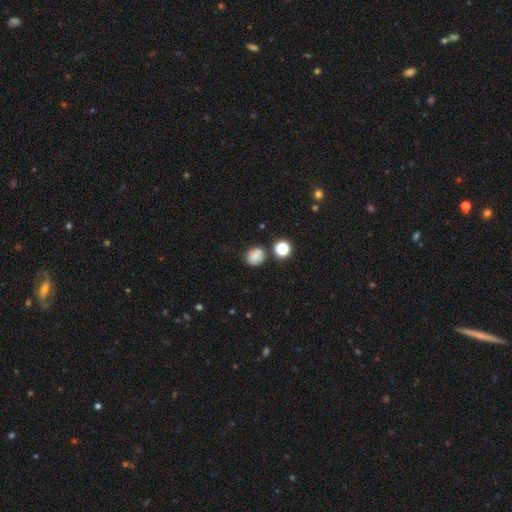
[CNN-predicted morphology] Smooth or featured? smooth (76%)
How rounded? round (69%)
Merging? none (72%)